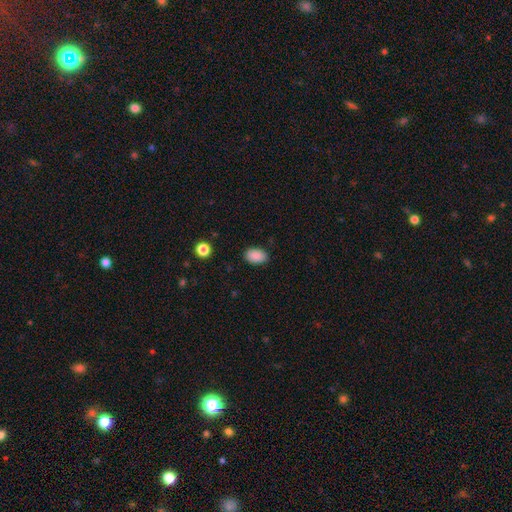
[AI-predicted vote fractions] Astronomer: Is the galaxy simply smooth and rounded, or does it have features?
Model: smooth — 88%.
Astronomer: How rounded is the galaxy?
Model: in between — 88%.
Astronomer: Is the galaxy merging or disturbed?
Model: none — 87%.